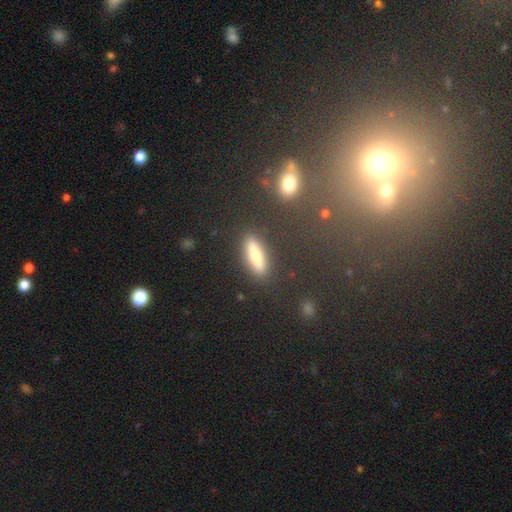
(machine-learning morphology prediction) type=smooth (72%); roundness=cigar-shaped (69%); merging=none (86%).